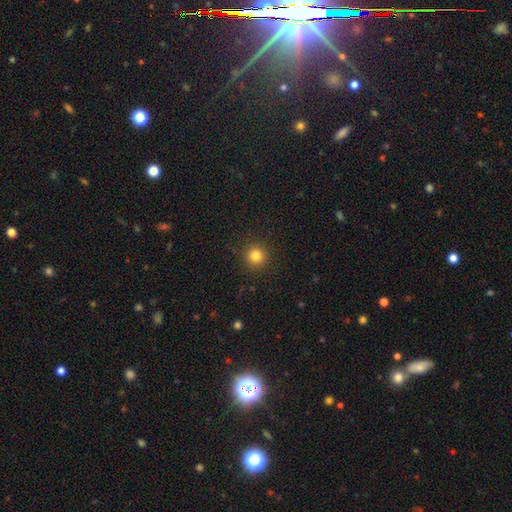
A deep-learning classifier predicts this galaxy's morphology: Smooth or featured? smooth (83%)
How rounded? round (95%)
Merging? none (91%)